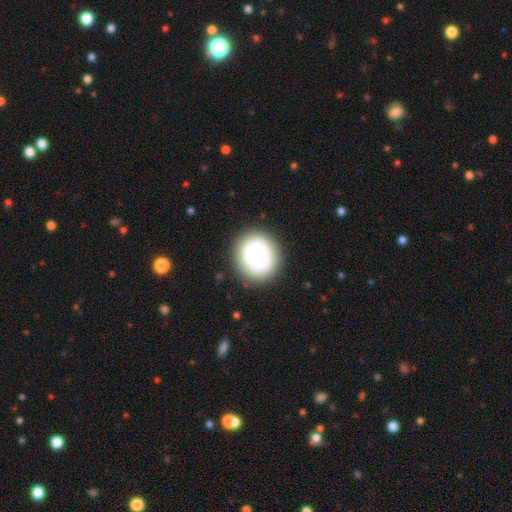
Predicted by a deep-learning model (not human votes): smooth 52%, featured or disk 41%, star or artifact 7%. Down the decision tree: how rounded — round (80%); merging — none (80%).